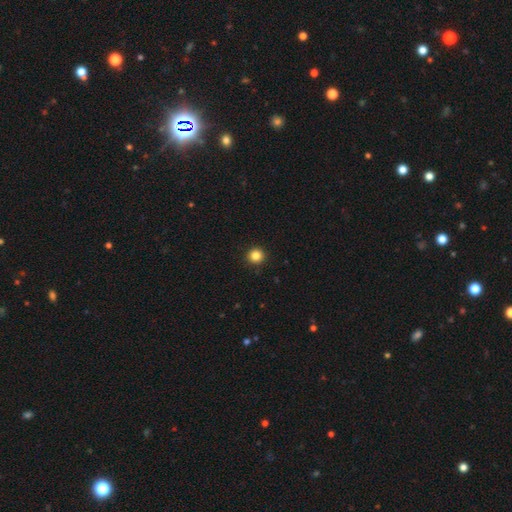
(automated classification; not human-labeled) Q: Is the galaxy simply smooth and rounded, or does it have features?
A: smooth — 85%.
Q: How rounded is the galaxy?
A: round — 95%.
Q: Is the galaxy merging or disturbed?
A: none — 93%.